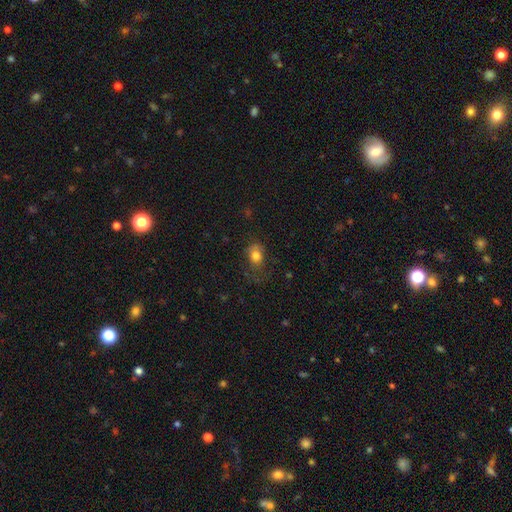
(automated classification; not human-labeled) Smooth or featured? smooth (77%)
How rounded? in between (55%)
Merging? none (51%)